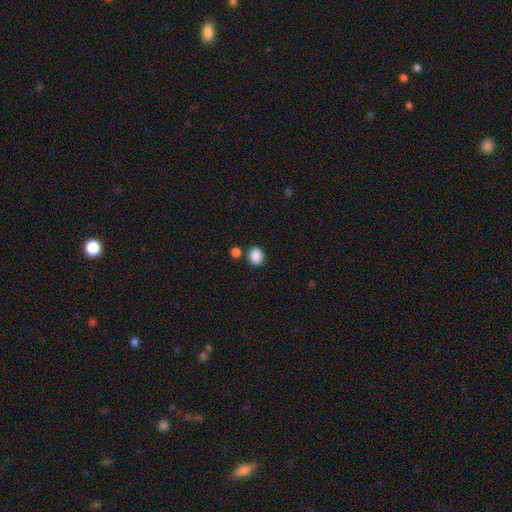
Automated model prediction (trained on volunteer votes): Q: Smooth or featured?
A: smooth (88%); runner-up: star or artifact (9%)
Q: How rounded?
A: round (65%); runner-up: in between (34%)
Q: Merging?
A: none (79%); runner-up: minor disturbance (9%)